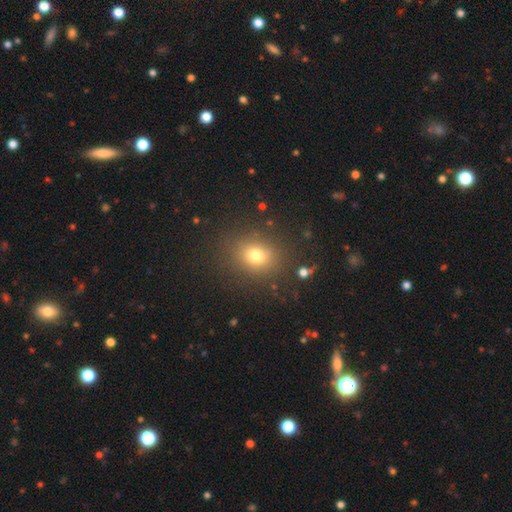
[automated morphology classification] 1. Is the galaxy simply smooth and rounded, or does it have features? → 75% smooth, 17% star or artifact, 9% featured or disk.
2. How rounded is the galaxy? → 69% round, 30% in between, 1% cigar-shaped.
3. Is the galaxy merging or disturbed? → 84% none, 10% minor disturbance, 4% major disturbance, 2% merger.